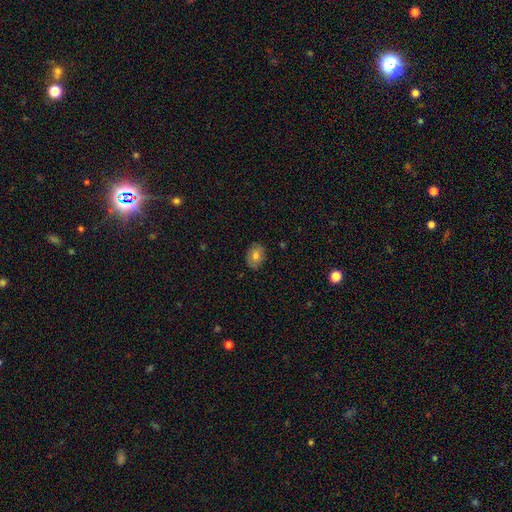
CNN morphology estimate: This is likely a smooth galaxy (76%). How rounded: likely in between (65%). Merging: clearly none (85%).